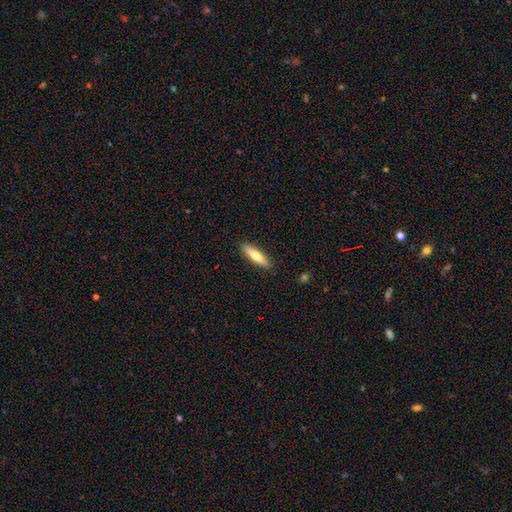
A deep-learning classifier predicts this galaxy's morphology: Smooth or featured?
  - smooth: 65% *
  - featured or disk: 30%
  - star or artifact: 6%
How rounded?
  - cigar-shaped: 74% *
  - in between: 24%
  - round: 2%
Merging?
  - none: 90% *
  - minor disturbance: 7%
  - major disturbance: 2%
  - merger: 1%